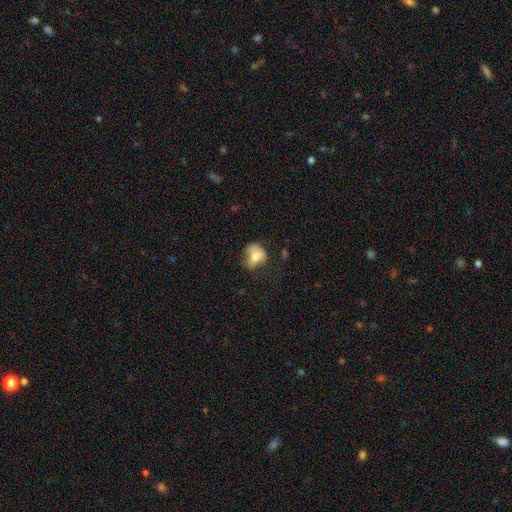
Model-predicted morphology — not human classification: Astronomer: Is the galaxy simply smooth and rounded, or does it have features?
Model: smooth — 66%.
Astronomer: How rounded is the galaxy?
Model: in between — 60% (runner-up: round, 38%).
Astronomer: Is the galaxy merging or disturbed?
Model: none — 38% (runner-up: minor disturbance, 31%).